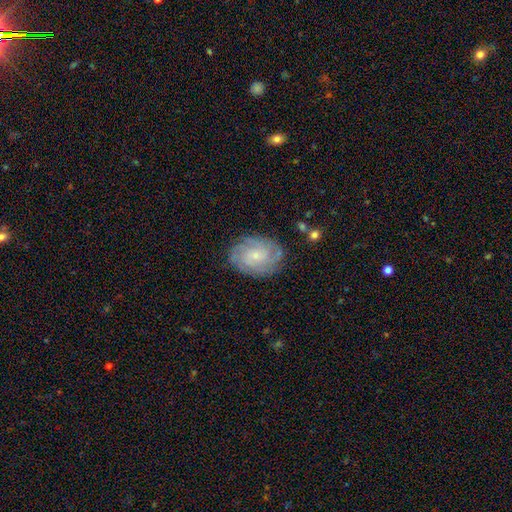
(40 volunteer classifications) Overall: featured or disk (85%). Edge-on disk: no (97%). Bar: no (79%). Spiral arms: yes (100%). Spiral arm count: can't tell (42%; 4 21%). Spiral winding: tight (64%; medium 30%). Bulge size: small (91%). Merging: none (89%).